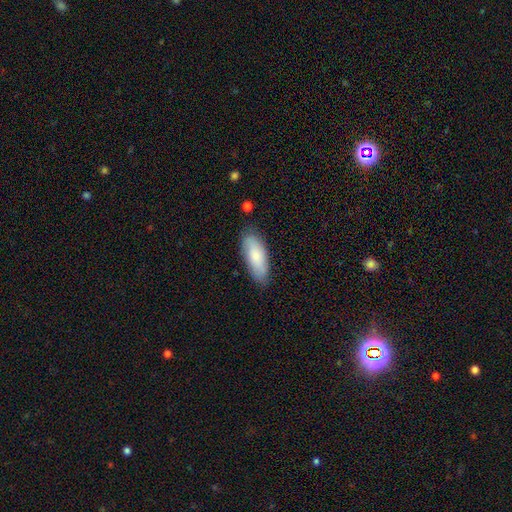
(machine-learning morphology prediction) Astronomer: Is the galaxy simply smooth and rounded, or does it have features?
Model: smooth — 77%.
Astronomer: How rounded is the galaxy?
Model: in between — 74%.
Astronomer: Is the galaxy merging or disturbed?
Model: none — 82%.